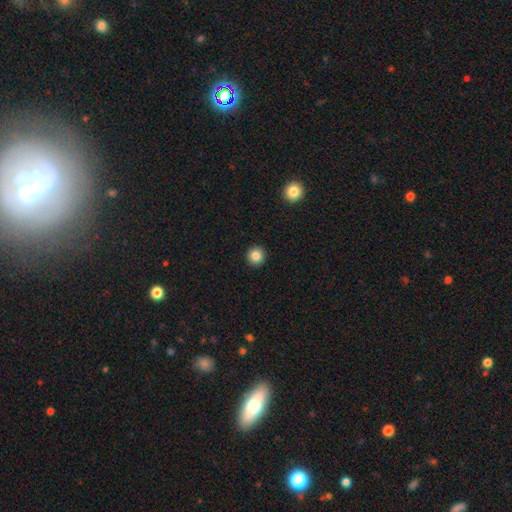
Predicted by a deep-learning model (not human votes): Q: Smooth or featured?
A: smooth (85%); runner-up: star or artifact (10%)
Q: How rounded?
A: round (95%); runner-up: in between (4%)
Q: Merging?
A: none (93%); runner-up: minor disturbance (4%)